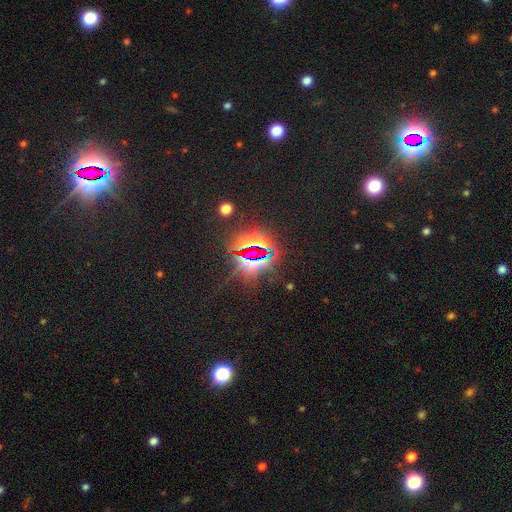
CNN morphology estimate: Smooth or featured? Predicted: star or artifact (p=0.81).